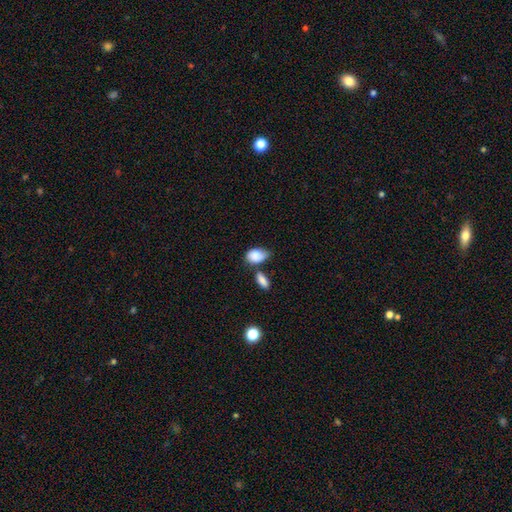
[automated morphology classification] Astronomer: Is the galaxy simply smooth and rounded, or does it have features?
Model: smooth — 85%.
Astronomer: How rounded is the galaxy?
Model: in between — 86%.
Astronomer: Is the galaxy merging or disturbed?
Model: none — 37% (runner-up: minor disturbance, 30%).